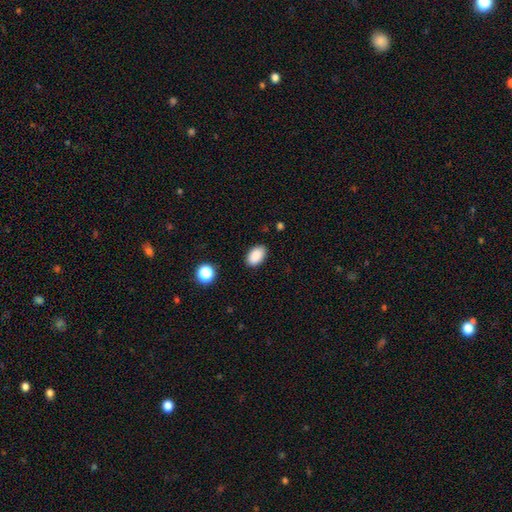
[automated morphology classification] This is clearly a smooth galaxy (89%). How rounded: clearly in between (90%). Merging: clearly none (86%).